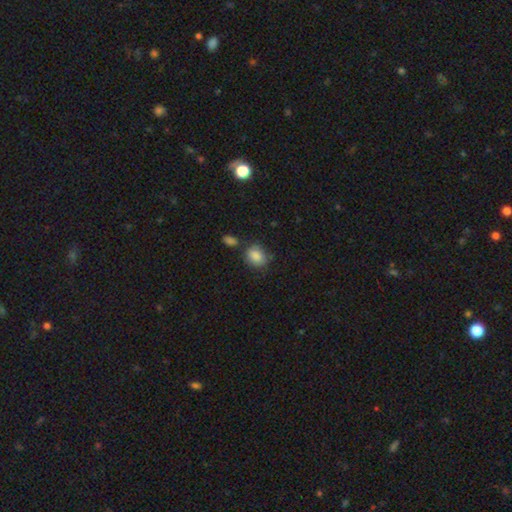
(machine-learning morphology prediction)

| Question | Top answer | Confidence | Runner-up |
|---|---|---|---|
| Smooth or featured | smooth | 86% | star or artifact (8%) |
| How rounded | round | 51% | in between (47%) |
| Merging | none | 65% | minor disturbance (19%) |